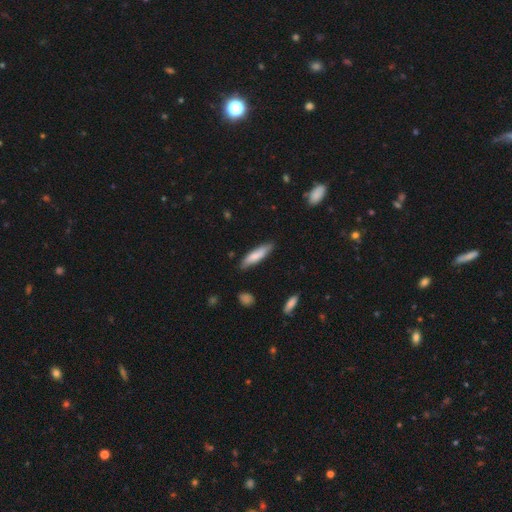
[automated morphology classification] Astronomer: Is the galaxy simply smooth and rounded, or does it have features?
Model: smooth — 75%.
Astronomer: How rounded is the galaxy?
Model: cigar-shaped — 75%.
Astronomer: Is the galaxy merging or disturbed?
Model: none — 81%.